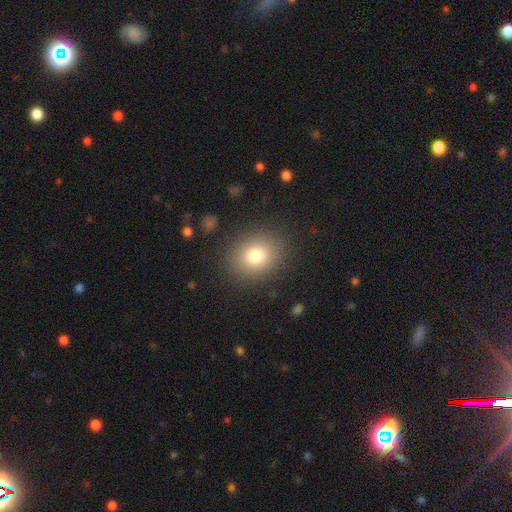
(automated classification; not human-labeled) Smooth or featured: smooth — 78% (star or artifact — 12%)
How rounded: round — 57% (in between — 42%)
Merging: none — 86% (minor disturbance — 8%)